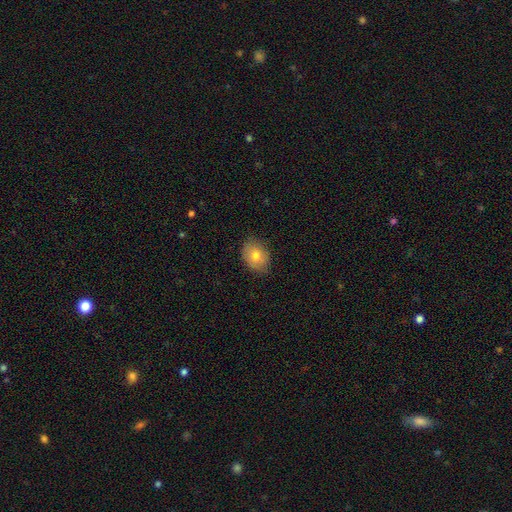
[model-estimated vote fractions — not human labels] smooth_or_featured: smooth (p=0.75) [alt: featured or disk p=0.17]
how_rounded: in between (p=0.62) [alt: round p=0.37]
merging: none (p=0.80) [alt: minor disturbance p=0.16]